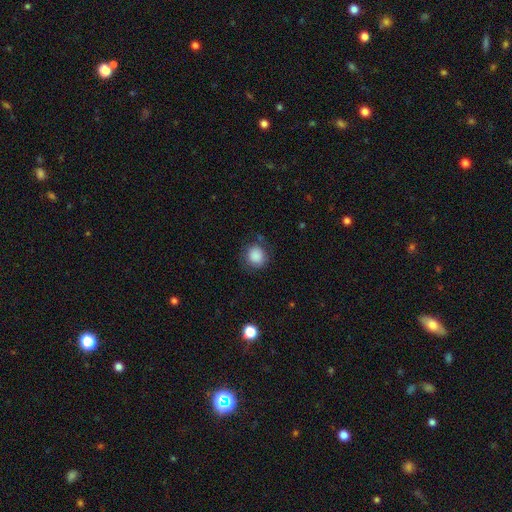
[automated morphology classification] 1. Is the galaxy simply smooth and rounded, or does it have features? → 86% smooth, 9% star or artifact, 5% featured or disk.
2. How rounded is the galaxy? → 89% round, 10% in between, 1% cigar-shaped.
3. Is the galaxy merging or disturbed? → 80% none, 14% minor disturbance, 5% major disturbance, 2% merger.